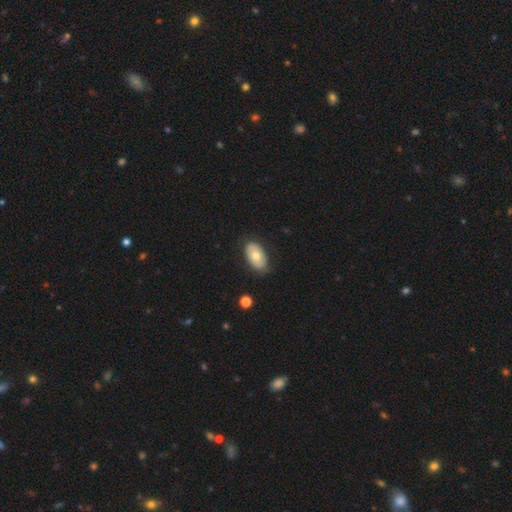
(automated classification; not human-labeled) smooth-or-featured: smooth: 67% | featured or disk: 26% | star or artifact: 6%
  how-rounded: in between: 94% | round: 5% | cigar-shaped: 1%
  merging: none: 82% | minor disturbance: 14% | major disturbance: 3% | merger: 1%